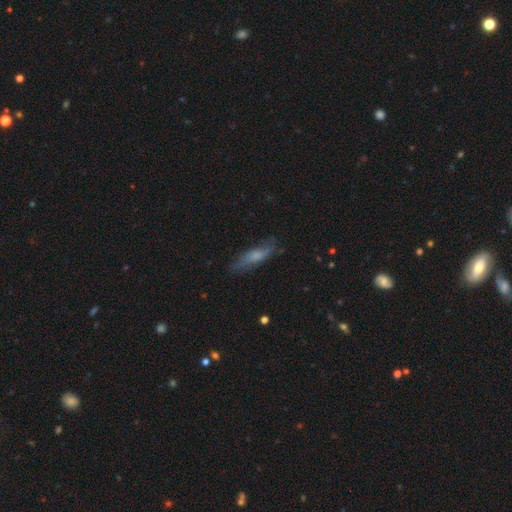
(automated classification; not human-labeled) Smooth or featured? Predicted: smooth (p=0.58). How rounded? Predicted: cigar-shaped (p=0.66). Merging? Predicted: none (p=0.73).